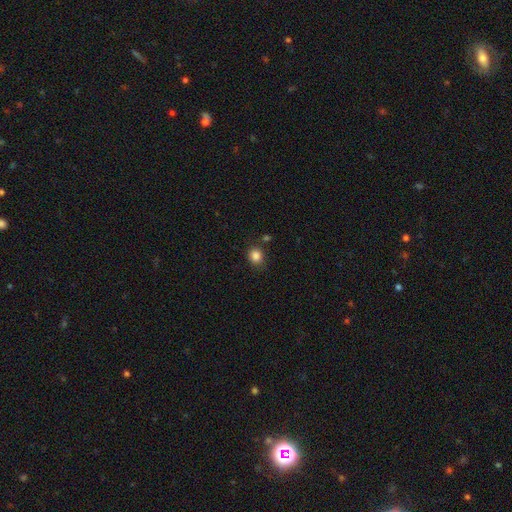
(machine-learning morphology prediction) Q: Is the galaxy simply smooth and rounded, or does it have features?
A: smooth — 85%.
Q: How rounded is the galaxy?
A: round — 75%.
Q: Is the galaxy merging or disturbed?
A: none — 80%.